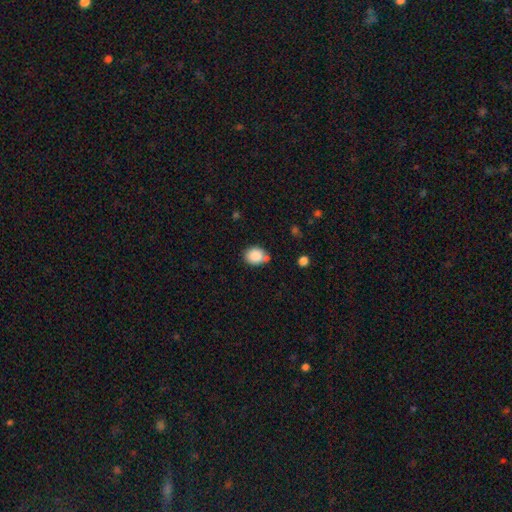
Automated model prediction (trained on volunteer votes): smooth_or_featured: smooth (p=0.87) [alt: star or artifact p=0.09]
how_rounded: round (p=0.58) [alt: in between p=0.41]
merging: none (p=0.62) [alt: minor disturbance p=0.20]